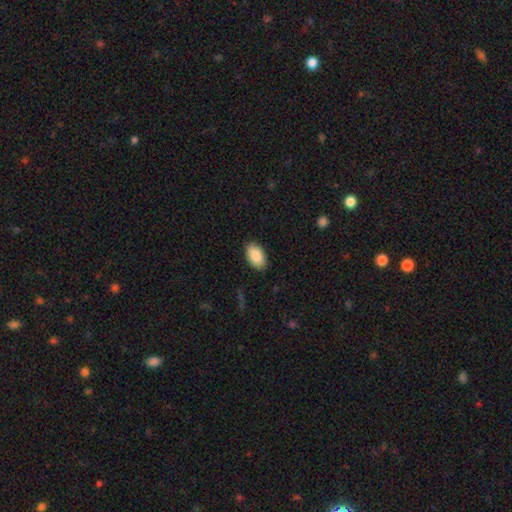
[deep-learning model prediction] smooth_or_featured: smooth (p=0.89) [alt: star or artifact p=0.06]
how_rounded: in between (p=0.94) [alt: round p=0.05]
merging: none (p=0.88) [alt: minor disturbance p=0.09]